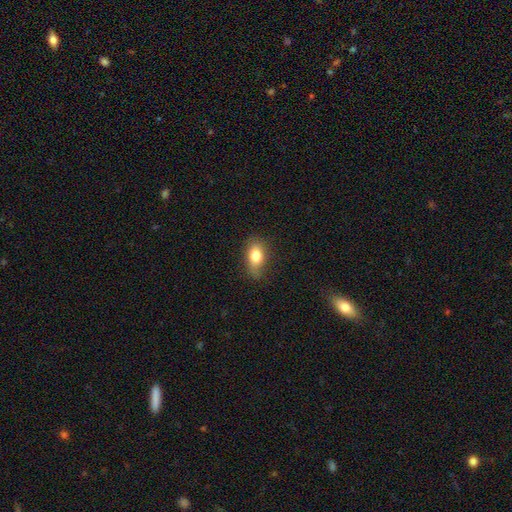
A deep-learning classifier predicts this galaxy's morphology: Smooth or featured: smooth — 79% (featured or disk — 13%)
How rounded: in between — 83% (round — 11%)
Merging: none — 71% (minor disturbance — 22%)